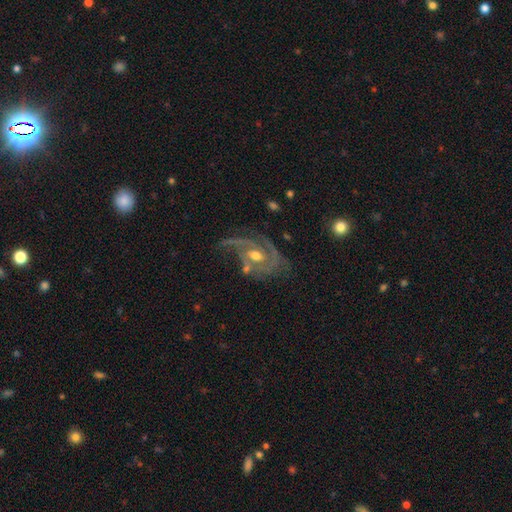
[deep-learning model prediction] Smooth or featured? featured or disk (88%)
Edge-on disk? no (97%)
Bar? no (50%)
Spiral arms? yes (95%)
Spiral winding? medium (46%)
Spiral arm count? 2 (59%)
Bulge size? moderate (72%)
Merging? none (45%)